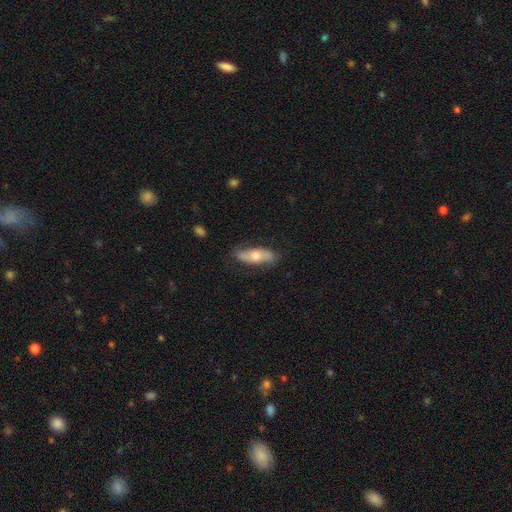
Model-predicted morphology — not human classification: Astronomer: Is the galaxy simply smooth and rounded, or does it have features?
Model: smooth — 53% (runner-up: featured or disk, 42%).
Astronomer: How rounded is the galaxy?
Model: in between — 64%.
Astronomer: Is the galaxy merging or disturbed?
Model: none — 79%.